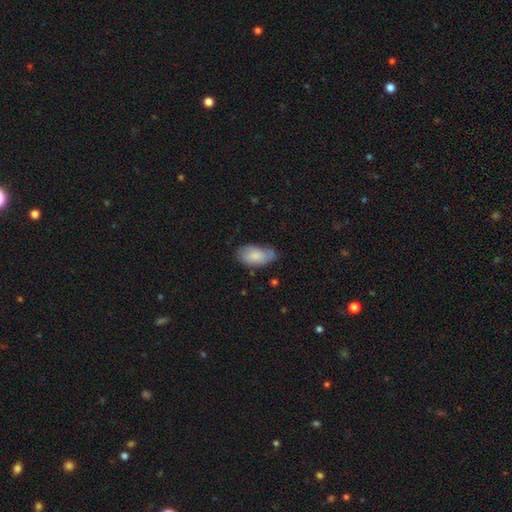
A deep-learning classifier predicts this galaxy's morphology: A smooth galaxy with no disk features (75%) that is in between round and cigar-shaped (94%). Merging: none (58%).